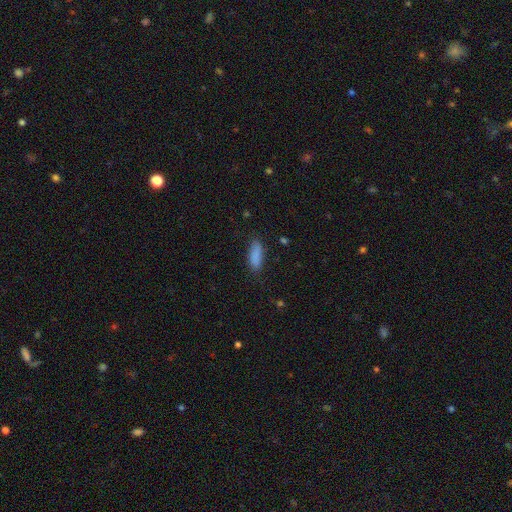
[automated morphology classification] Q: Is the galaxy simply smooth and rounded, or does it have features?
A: smooth — 87%.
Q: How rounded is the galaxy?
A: in between — 66%.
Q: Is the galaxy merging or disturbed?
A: none — 78%.